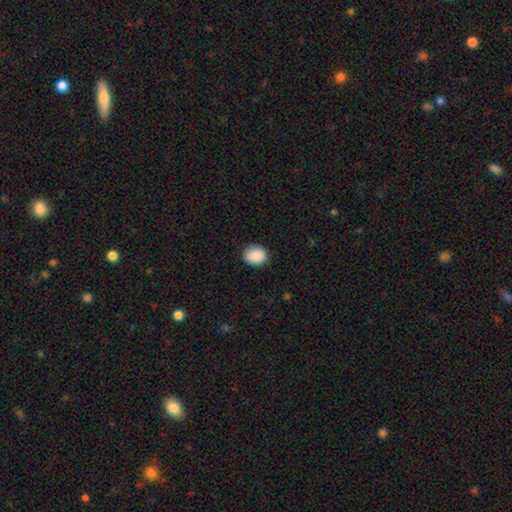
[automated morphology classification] This appears to be a smooth galaxy with no disk features (88%) that is round (61%). Merging: none (86%).